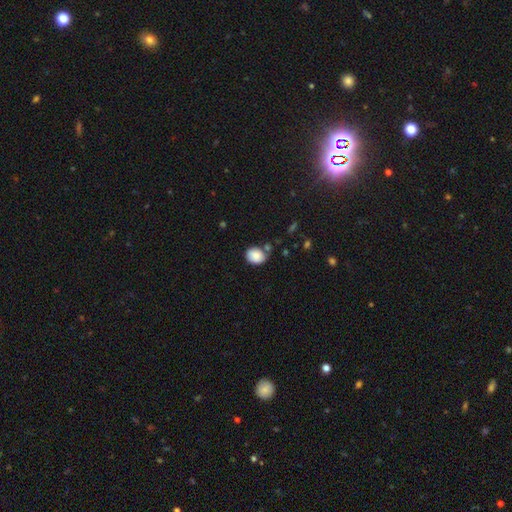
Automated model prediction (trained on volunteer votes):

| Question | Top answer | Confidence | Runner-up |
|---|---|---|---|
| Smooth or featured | smooth | 84% | star or artifact (8%) |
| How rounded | in between | 50% | round (49%) |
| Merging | none | 67% | minor disturbance (20%) |